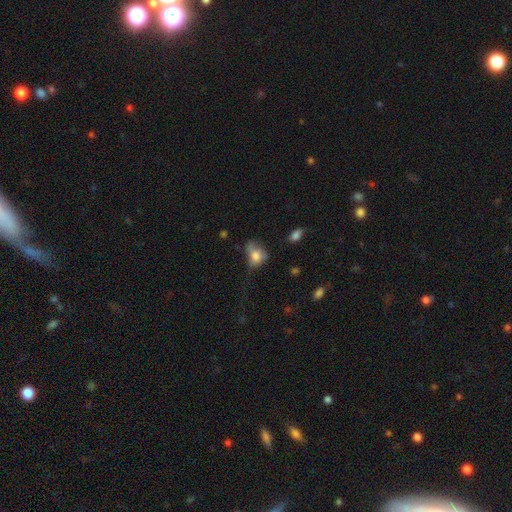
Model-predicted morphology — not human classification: A smooth galaxy with no disk features (69%) that is in between round and cigar-shaped (59%).

Vote fractions:
- Smooth or featured? smooth: 69% / featured or disk: 21% / star or artifact: 10%
- How rounded? in between: 59% / round: 39% / cigar-shaped: 2%
- Merging? minor disturbance: 33% / major disturbance: 32% / none: 31% / merger: 4%